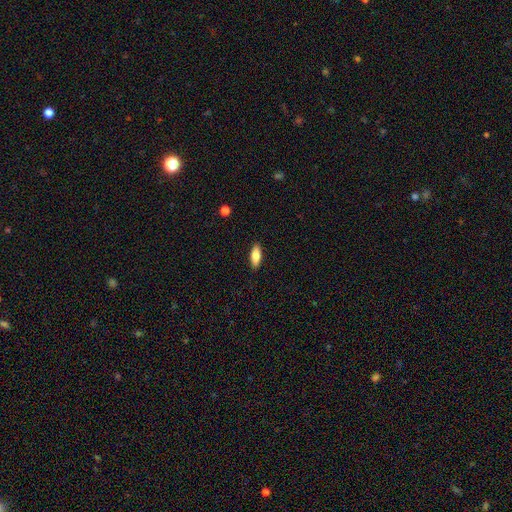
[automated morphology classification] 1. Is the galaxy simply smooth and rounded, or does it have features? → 81% smooth, 13% featured or disk, 6% star or artifact.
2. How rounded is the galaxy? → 70% in between, 28% cigar-shaped, 2% round.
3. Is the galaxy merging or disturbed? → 89% none, 8% minor disturbance, 2% major disturbance, 1% merger.